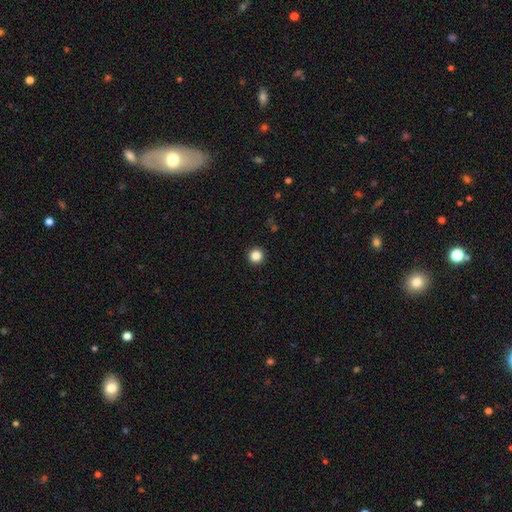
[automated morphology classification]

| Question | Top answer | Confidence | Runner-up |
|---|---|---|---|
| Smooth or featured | smooth | 85% | star or artifact (11%) |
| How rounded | round | 96% | in between (3%) |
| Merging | none | 94% | minor disturbance (4%) |